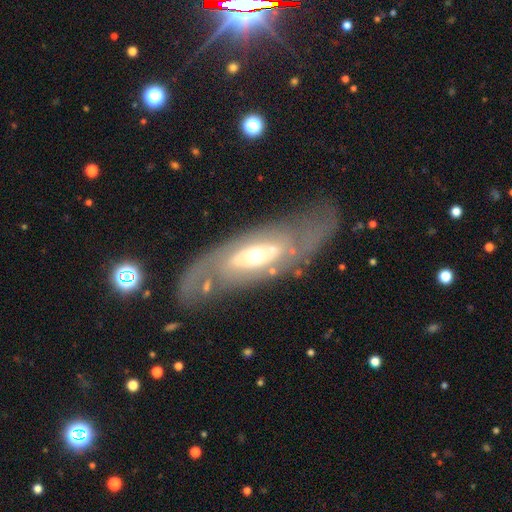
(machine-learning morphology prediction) The model was most divided on "spiral arms": yes: 62%, no: 38%. More confident: edge-on disk — no (84%); smooth or featured — featured or disk (75%); merging — none (69%); bar — no (60%); bulge size — moderate (57%).